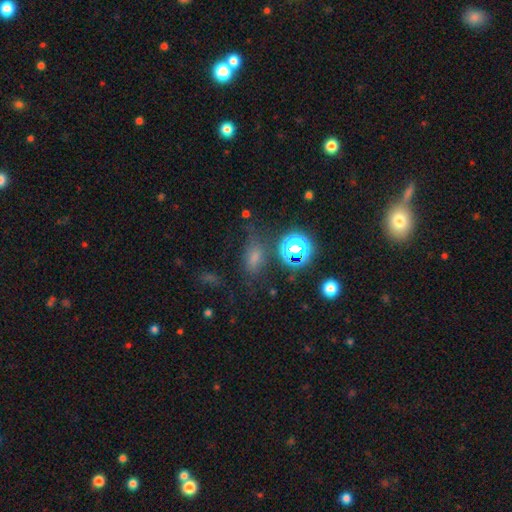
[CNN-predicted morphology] Smooth or featured: smooth — 53% (star or artifact — 35%)
How rounded: in between — 67% (round — 26%)
Merging: none — 63% (minor disturbance — 20%)